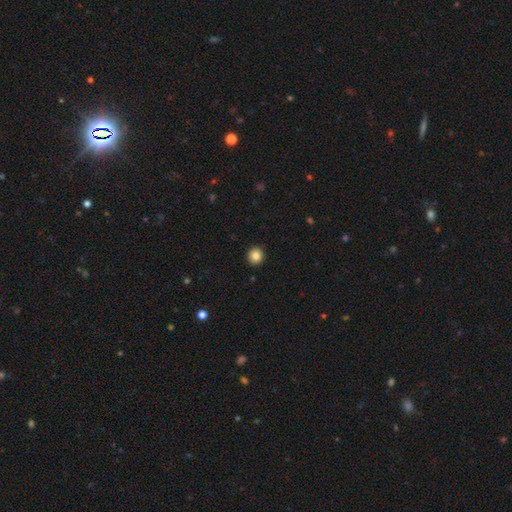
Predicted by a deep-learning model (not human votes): A smooth galaxy with no disk features (85%) that is round (94%). Merging: none (93%).